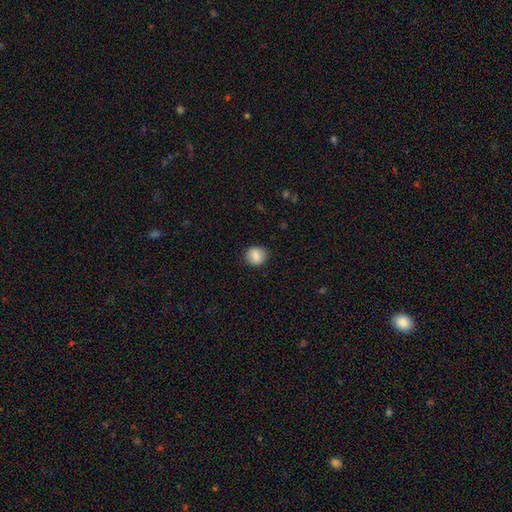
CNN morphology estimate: Smooth or featured?
  - smooth: 83% *
  - featured or disk: 9%
  - star or artifact: 8%
How rounded?
  - round: 82% *
  - in between: 17%
  - cigar-shaped: 1%
Merging?
  - none: 88% *
  - minor disturbance: 9%
  - major disturbance: 2%
  - merger: 1%